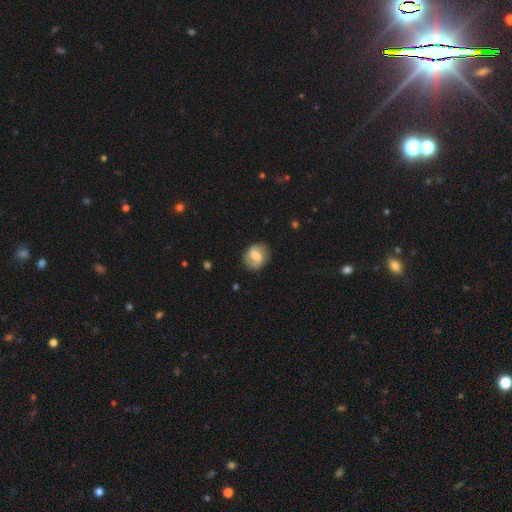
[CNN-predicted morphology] This appears to be a featured or disk galaxy (56%) with a weak bar (48%), spiral arms (79%) and a moderate central bulge (48%). Merging: none (80%).